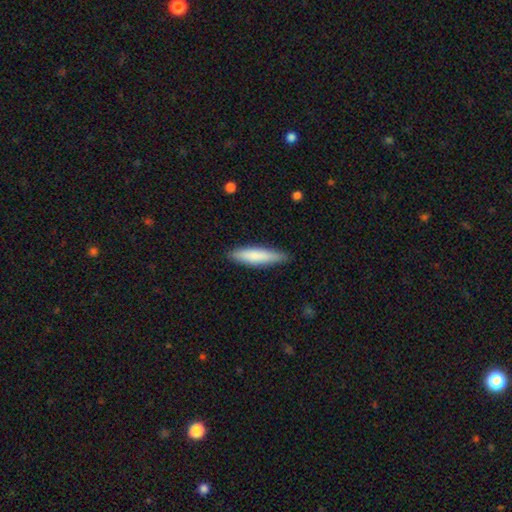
Smooth or featured? 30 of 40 (75%) said smooth. How rounded? 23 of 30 (77%) said cigar-shaped. Merging? 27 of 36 (75%) said none.